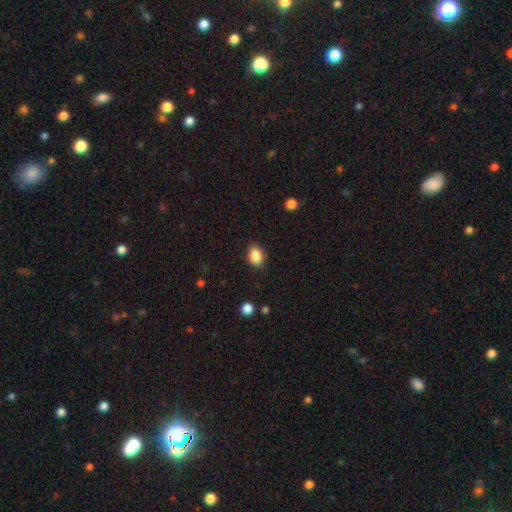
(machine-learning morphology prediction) A smooth galaxy with no disk features (88%) that is in between round and cigar-shaped (70%). Merging: none (86%).